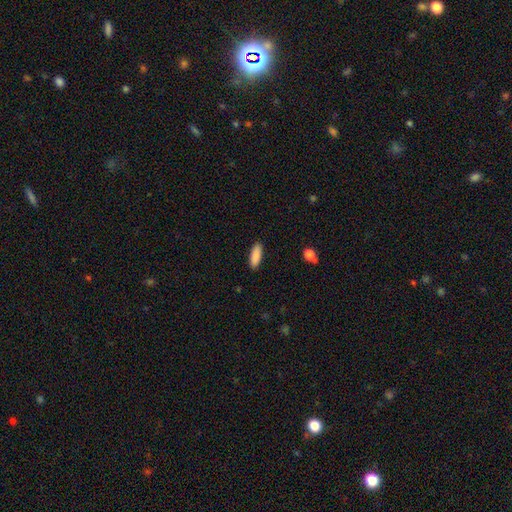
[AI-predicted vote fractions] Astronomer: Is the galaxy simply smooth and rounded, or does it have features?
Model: smooth — 89%.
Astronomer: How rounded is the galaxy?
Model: in between — 62%.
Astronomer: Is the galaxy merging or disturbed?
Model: none — 90%.